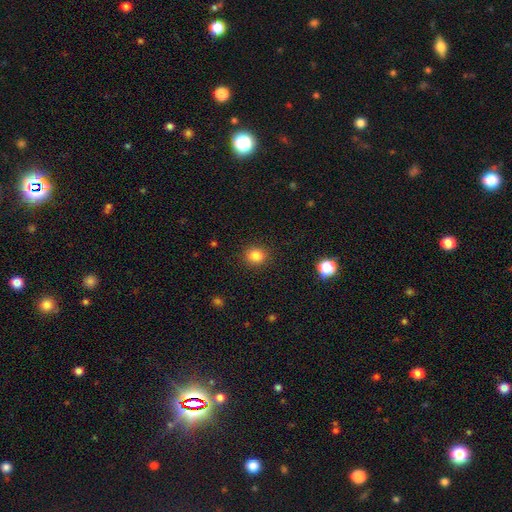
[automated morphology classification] This appears to be a smooth galaxy with no disk features (83%) that is round (74%). Merging: none (89%).